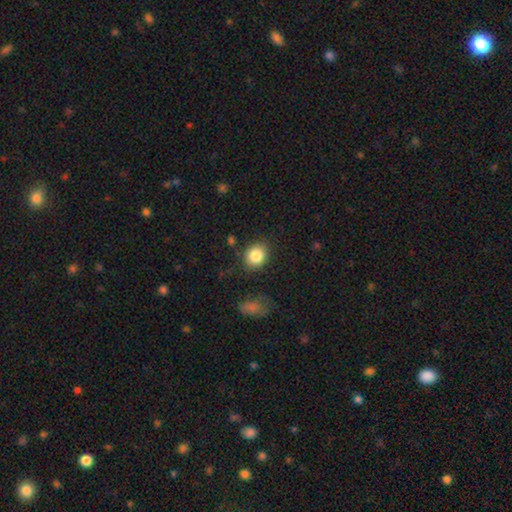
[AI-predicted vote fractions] Overall: smooth (85%). How rounded: round (67%; in between 32%). Merging: none (83%).